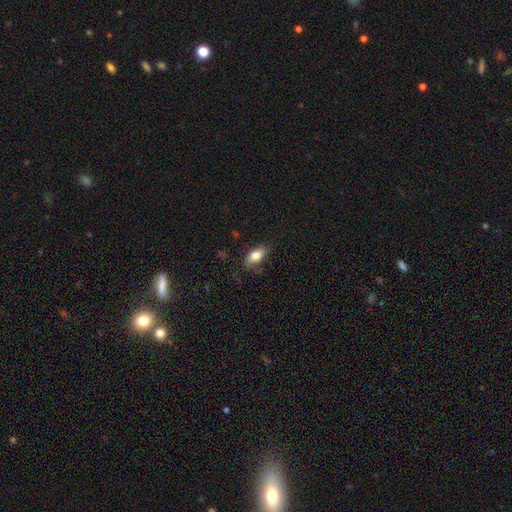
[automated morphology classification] smooth_or_featured: smooth (p=0.83) [alt: featured or disk p=0.10]
how_rounded: in between (p=0.89) [alt: cigar-shaped p=0.06]
merging: none (p=0.72) [alt: minor disturbance p=0.21]